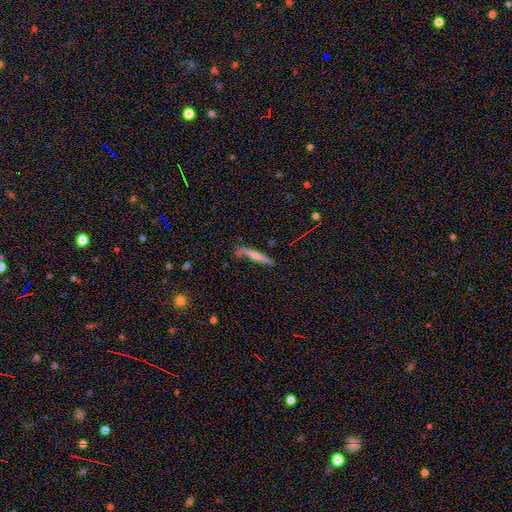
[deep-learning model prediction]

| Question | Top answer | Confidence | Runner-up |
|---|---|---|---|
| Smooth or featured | smooth | 53% | featured or disk (39%) |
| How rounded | cigar-shaped | 94% | in between (5%) |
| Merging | none | 67% | minor disturbance (22%) |